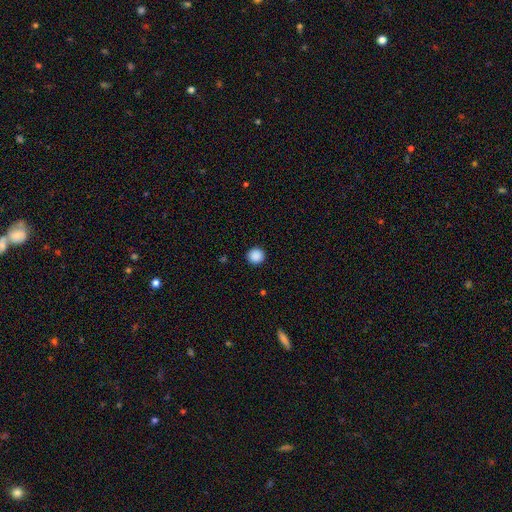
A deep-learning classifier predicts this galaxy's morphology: smooth 89%, star or artifact 9%, featured or disk 2%. Down the decision tree: how rounded — round (95%); merging — none (93%).